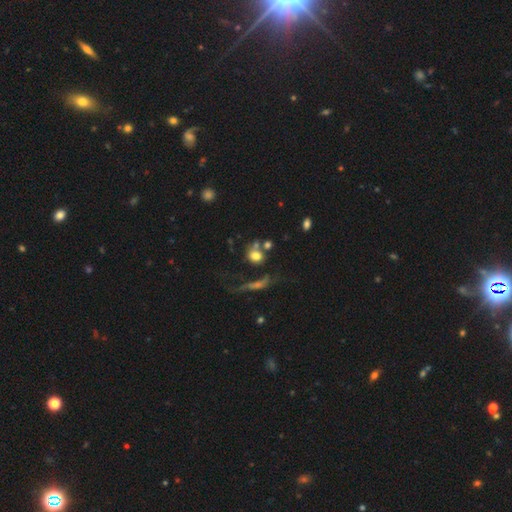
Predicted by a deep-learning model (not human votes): Smooth or featured: smooth — 70% (featured or disk — 17%)
How rounded: round — 69% (in between — 28%)
Merging: none — 42% (merger — 32%)